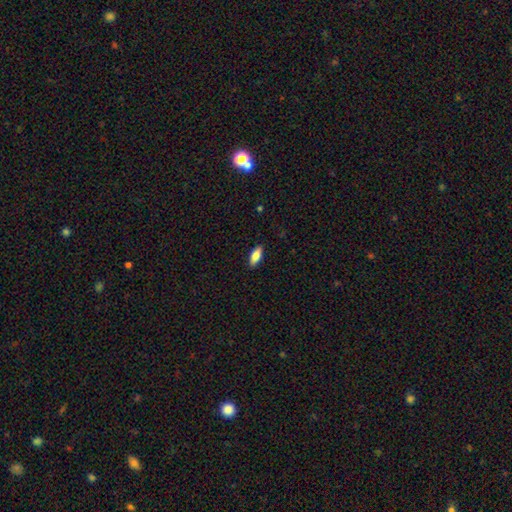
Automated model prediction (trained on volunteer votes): smooth_or_featured: smooth (p=0.77) [alt: featured or disk p=0.16]
how_rounded: in between (p=0.79) [alt: cigar-shaped p=0.19]
merging: none (p=0.89) [alt: minor disturbance p=0.08]